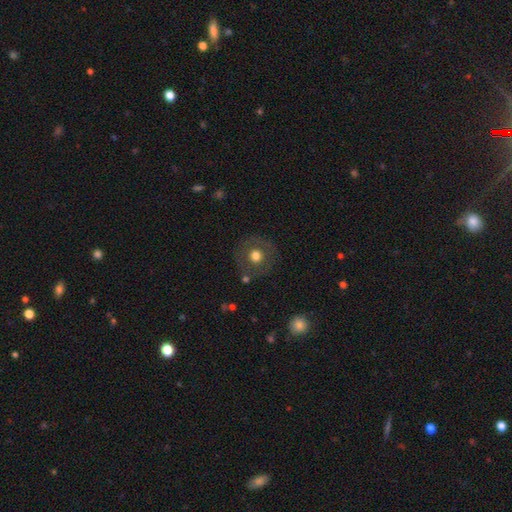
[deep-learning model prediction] Smooth or featured? smooth (61%)
How rounded? round (93%)
Merging? none (84%)